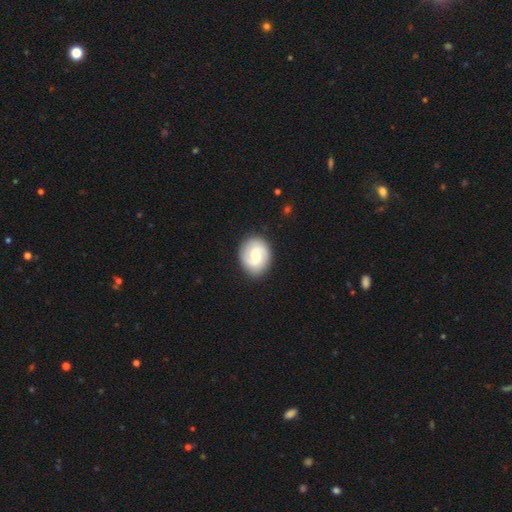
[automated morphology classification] A featured or disk galaxy (59%) with a weak bar (53%), 2 (83%) medium (43%) spiral arms (89%) and a moderate central bulge (53%). Merging: none (87%).